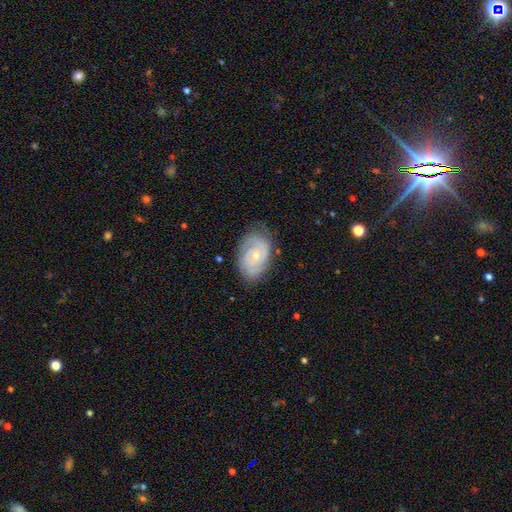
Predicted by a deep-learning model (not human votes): smooth_or_featured: featured or disk (p=0.82) [alt: smooth p=0.12]
disk_edge_on: no (p=0.97) [alt: yes p=0.03]
bar: no (p=0.69) [alt: weak p=0.27]
has_spiral_arms: yes (p=0.95) [alt: no p=0.05]
spiral_winding: tight (p=0.63) [alt: medium p=0.30]
spiral_arm_count: 2 (p=0.59) [alt: can't tell p=0.18]
bulge_size: small (p=0.63) [alt: moderate p=0.34]
merging: none (p=0.78) [alt: minor disturbance p=0.16]